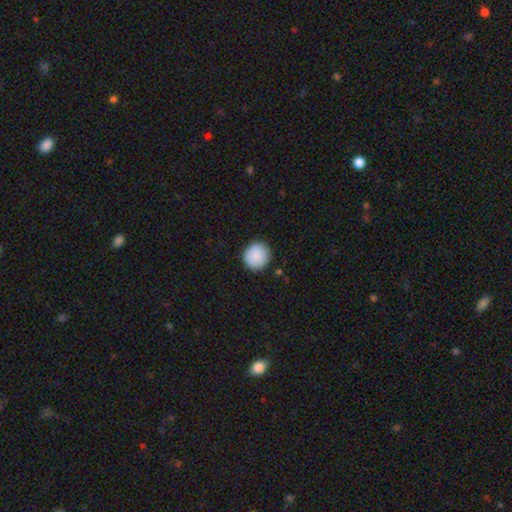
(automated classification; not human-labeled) A smooth galaxy with no disk features (90%) that is round (91%). Merging: none (90%).